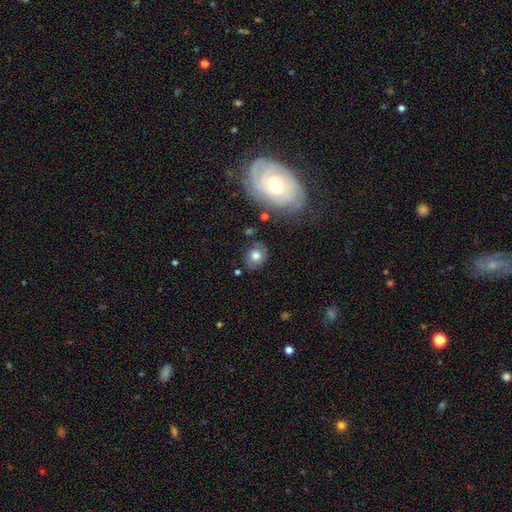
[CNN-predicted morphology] Smooth or featured? Predicted: smooth (p=0.67). How rounded? Predicted: round (p=0.64). Merging? Predicted: none (p=0.73).